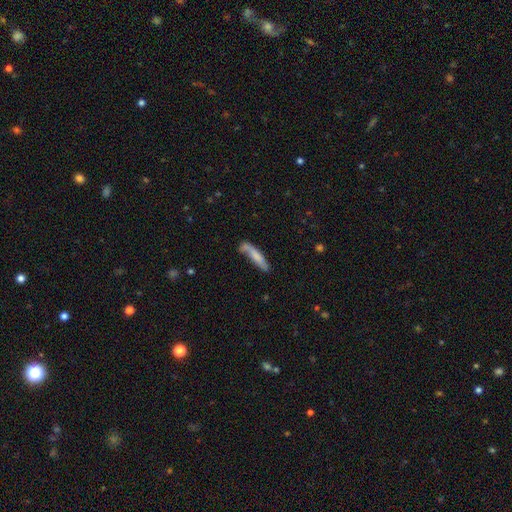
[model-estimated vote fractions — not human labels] This is likely a smooth galaxy (66%). How rounded: clearly cigar-shaped (82%). Merging: possibly none (55%).